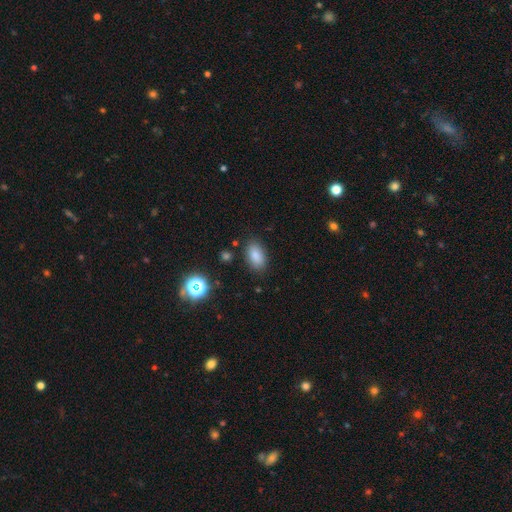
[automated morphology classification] The model was most divided on "smooth or featured": smooth: 84%, star or artifact: 10%, featured or disk: 6%. More confident: how rounded — in between (91%); merging — none (84%).